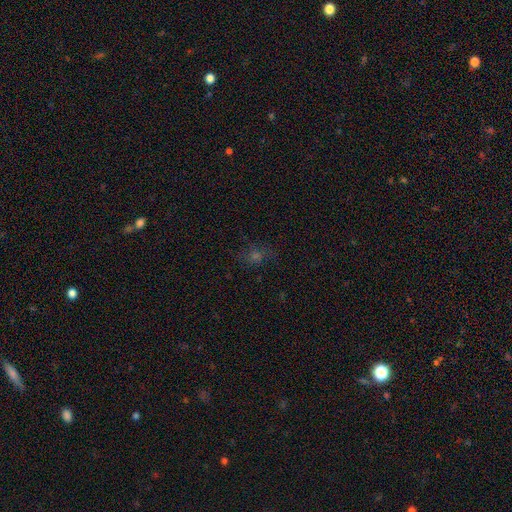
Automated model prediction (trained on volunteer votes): A smooth galaxy with no disk features (43%).

Vote fractions:
- Smooth or featured? smooth: 43% / star or artifact: 41% / featured or disk: 17%
- Merging? none: 78% / minor disturbance: 14% / major disturbance: 6% / merger: 2%